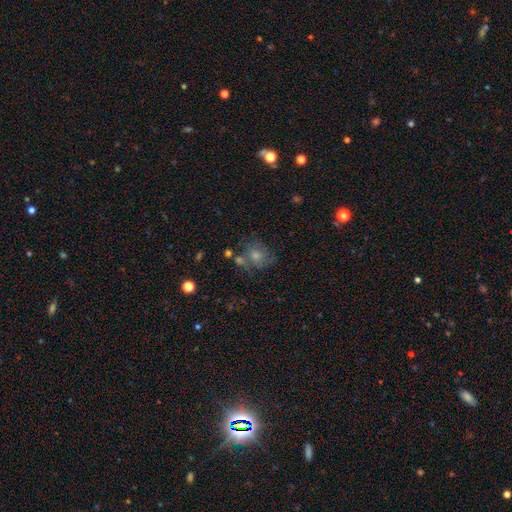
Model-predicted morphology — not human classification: smooth-or-featured: smooth: 40% | featured or disk: 34% | star or artifact: 26%
  merging: none: 62% | minor disturbance: 18% | merger: 11% | major disturbance: 10%